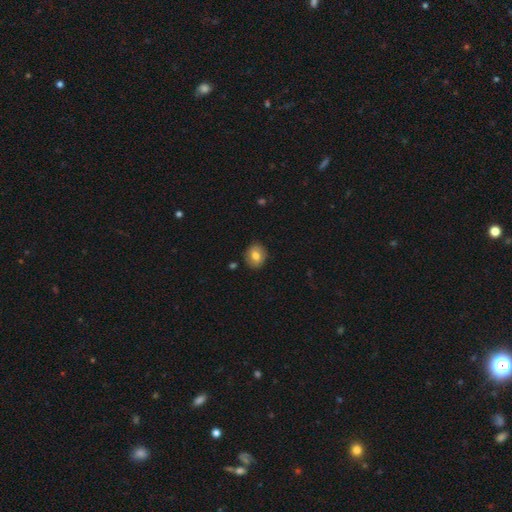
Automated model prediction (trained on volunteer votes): Q: Smooth or featured?
A: smooth (75%); runner-up: featured or disk (17%)
Q: How rounded?
A: round (74%); runner-up: in between (25%)
Q: Merging?
A: none (88%); runner-up: minor disturbance (9%)